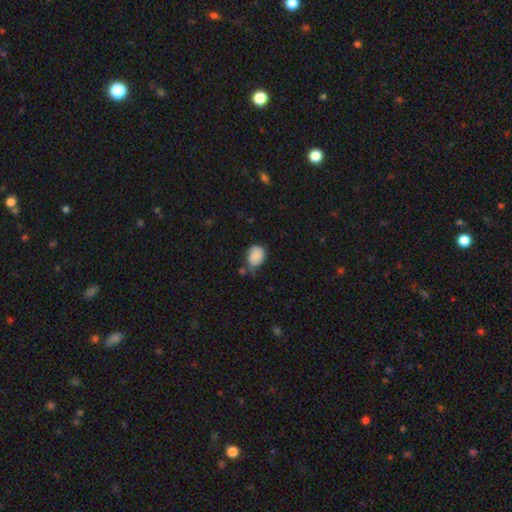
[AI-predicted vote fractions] Smooth or featured? Predicted: smooth (p=0.85). How rounded? Predicted: in between (p=0.63). Merging? Predicted: none (p=0.44).